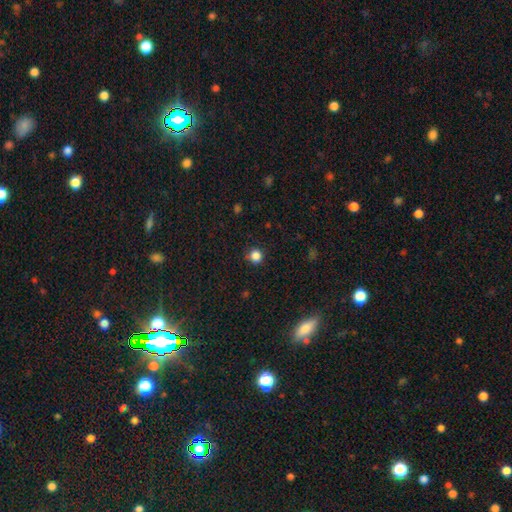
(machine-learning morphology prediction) Overall: smooth (84%). How rounded: round (92%). Merging: none (86%).